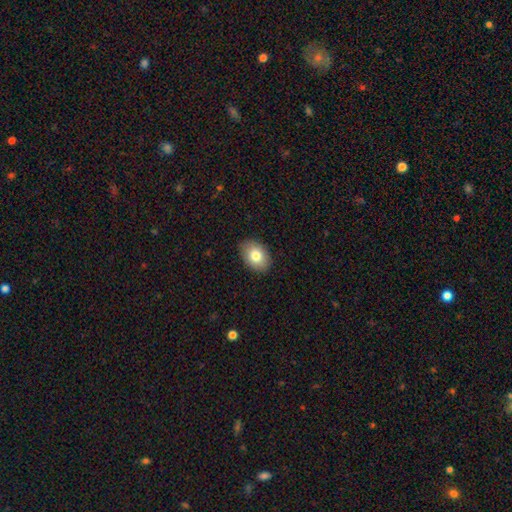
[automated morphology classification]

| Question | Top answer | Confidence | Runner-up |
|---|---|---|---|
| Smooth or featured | smooth | 80% | featured or disk (13%) |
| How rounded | in between | 82% | round (17%) |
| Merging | none | 87% | minor disturbance (10%) |